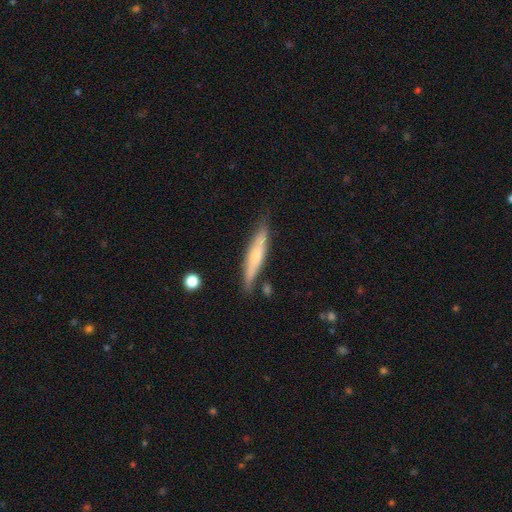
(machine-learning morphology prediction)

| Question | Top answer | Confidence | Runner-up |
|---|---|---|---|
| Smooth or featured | featured or disk | 49% | smooth (45%) |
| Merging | none | 77% | minor disturbance (17%) |